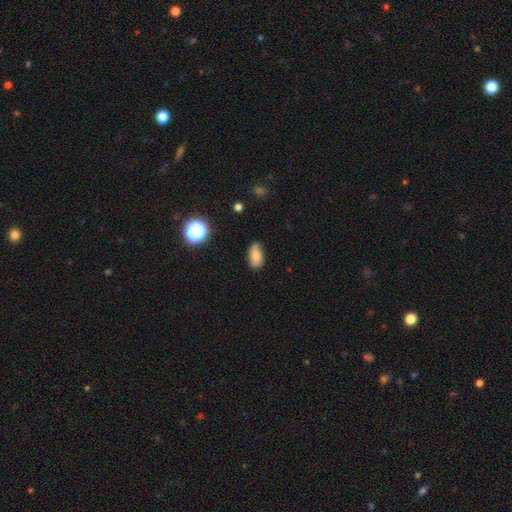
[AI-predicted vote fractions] The model was most divided on "merging": none: 73%, minor disturbance: 22%, major disturbance: 4%, merger: 2%. More confident: how rounded — in between (90%); smooth or featured — smooth (78%).